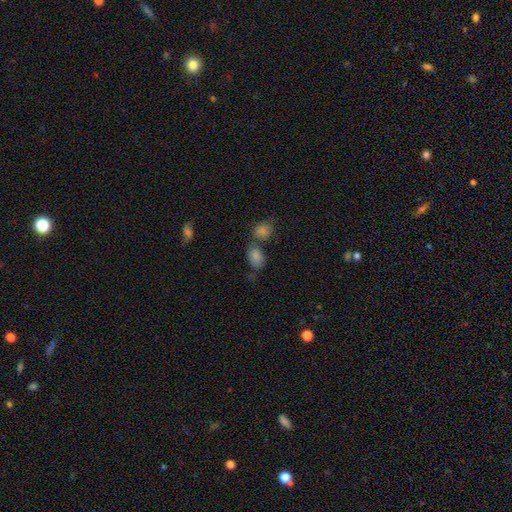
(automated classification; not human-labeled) smooth 67%, star or artifact 20%, featured or disk 12%. Down the decision tree: how rounded — in between (65%); merging — none (49%).